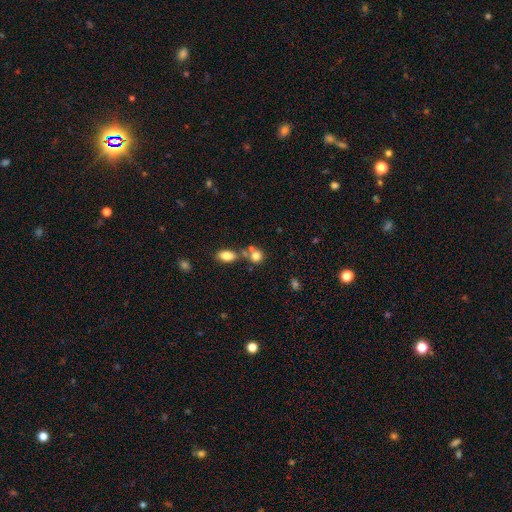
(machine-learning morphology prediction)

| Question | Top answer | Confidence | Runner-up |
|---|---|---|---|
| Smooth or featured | smooth | 79% | star or artifact (11%) |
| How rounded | round | 76% | in between (22%) |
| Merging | none | 49% | merger (37%) |